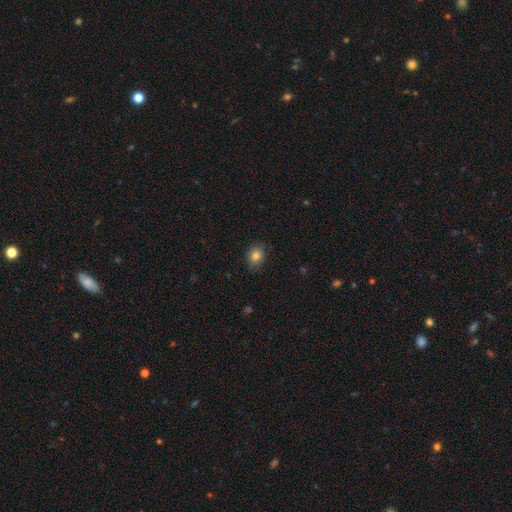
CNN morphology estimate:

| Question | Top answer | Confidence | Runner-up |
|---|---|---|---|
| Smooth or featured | smooth | 81% | star or artifact (11%) |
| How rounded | round | 56% | in between (44%) |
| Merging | none | 82% | minor disturbance (15%) |